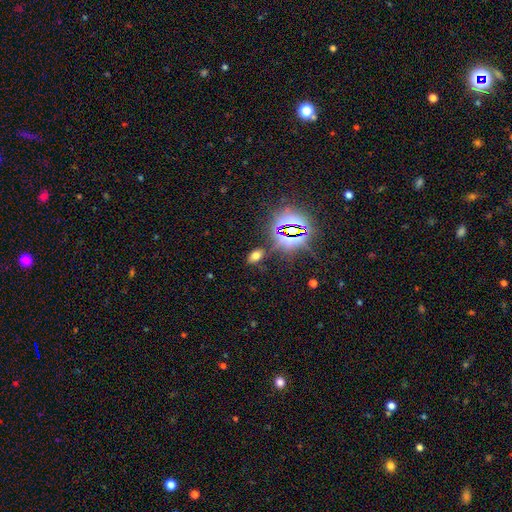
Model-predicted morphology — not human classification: Smooth or featured?
  - smooth: 55% *
  - star or artifact: 36%
  - featured or disk: 9%
How rounded?
  - in between: 87% *
  - round: 10%
  - cigar-shaped: 3%
Merging?
  - none: 83% *
  - minor disturbance: 10%
  - major disturbance: 4%
  - merger: 3%